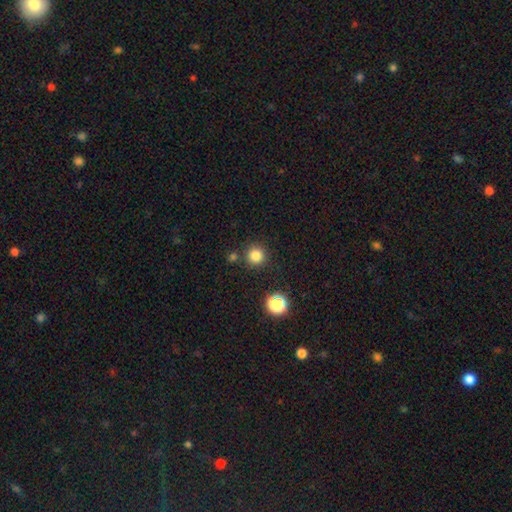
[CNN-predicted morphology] Smooth or featured? Predicted: smooth (p=0.81). How rounded? Predicted: round (p=0.95). Merging? Predicted: none (p=0.85).